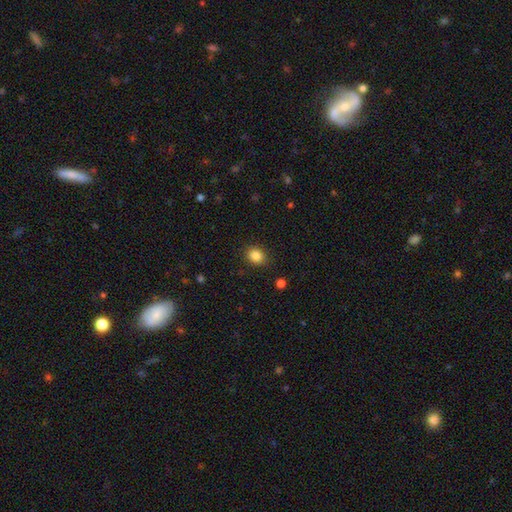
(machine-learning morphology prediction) Smooth or featured? Predicted: smooth (p=0.85). How rounded? Predicted: round (p=0.60). Merging? Predicted: none (p=0.89).